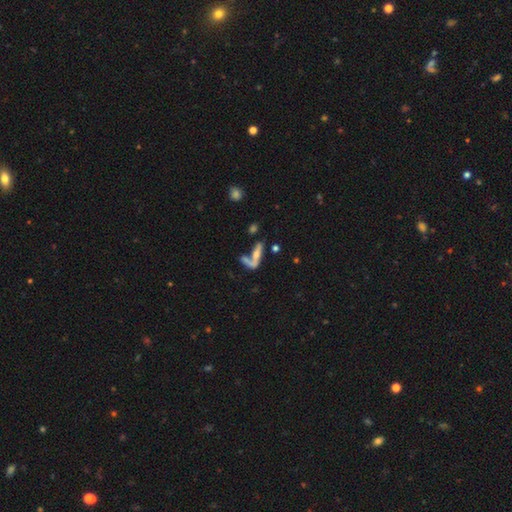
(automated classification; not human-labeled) smooth 45%, featured or disk 43%, star or artifact 12%. Down the decision tree: merging — merger (39%).